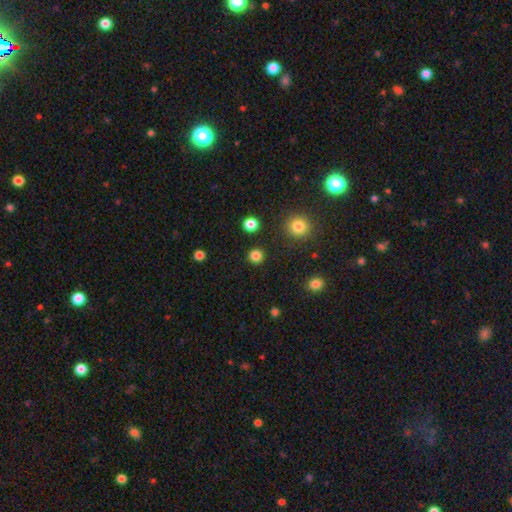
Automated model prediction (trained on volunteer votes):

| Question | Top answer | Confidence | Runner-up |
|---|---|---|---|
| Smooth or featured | smooth | 82% | star or artifact (14%) |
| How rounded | round | 94% | in between (5%) |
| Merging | none | 91% | minor disturbance (5%) |